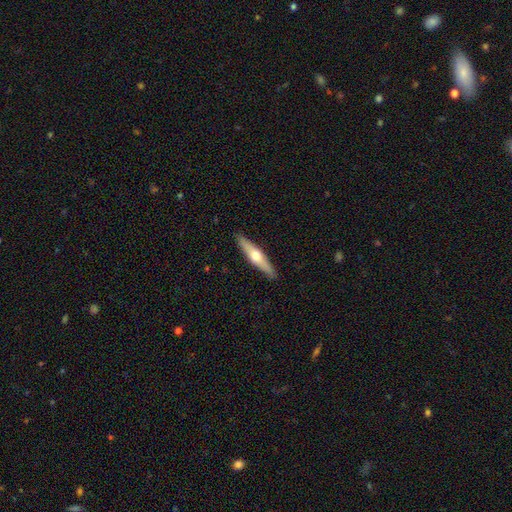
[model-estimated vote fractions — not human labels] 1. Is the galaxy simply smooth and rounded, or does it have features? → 54% featured or disk, 41% smooth, 5% star or artifact.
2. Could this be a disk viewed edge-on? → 93% yes, 7% no.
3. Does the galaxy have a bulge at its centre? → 93% rounded, 5% none, 3% boxy.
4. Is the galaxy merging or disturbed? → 90% none, 7% minor disturbance, 2% major disturbance, 1% merger.